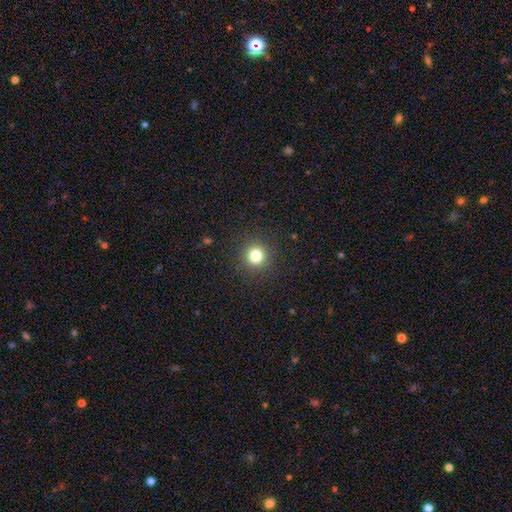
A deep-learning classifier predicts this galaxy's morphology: This appears to be a smooth galaxy with no disk features (80%) that is round (94%). Merging: none (91%).